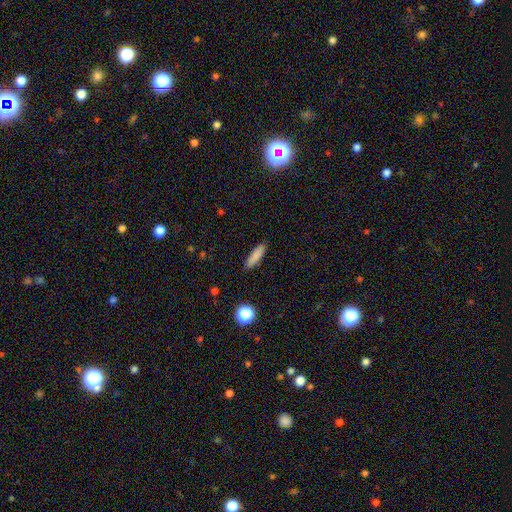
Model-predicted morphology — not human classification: A smooth galaxy with no disk features (84%) that is cigar-shaped (70%). Merging: none (88%).